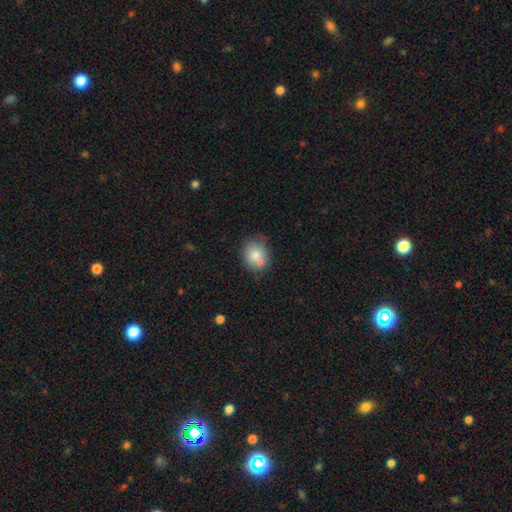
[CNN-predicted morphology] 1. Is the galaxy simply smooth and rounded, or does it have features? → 76% smooth, 15% featured or disk, 9% star or artifact.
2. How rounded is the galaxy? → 61% round, 38% in between, 1% cigar-shaped.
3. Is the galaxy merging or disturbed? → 54% none, 24% merger, 17% minor disturbance, 4% major disturbance.